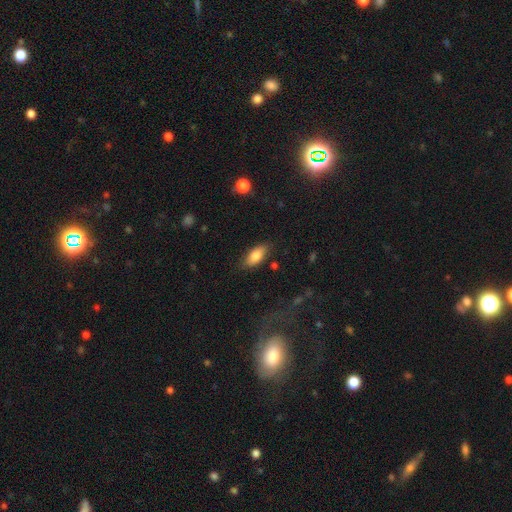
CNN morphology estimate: A smooth galaxy with no disk features (82%) that is in between round and cigar-shaped (84%). Merging: none (81%).